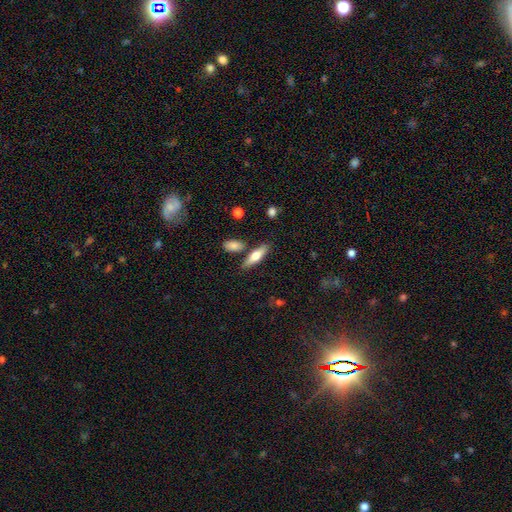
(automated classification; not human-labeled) Overall: smooth (62%; featured or disk 32%). How rounded: cigar-shaped (52%; in between 45%). Merging: none (78%).